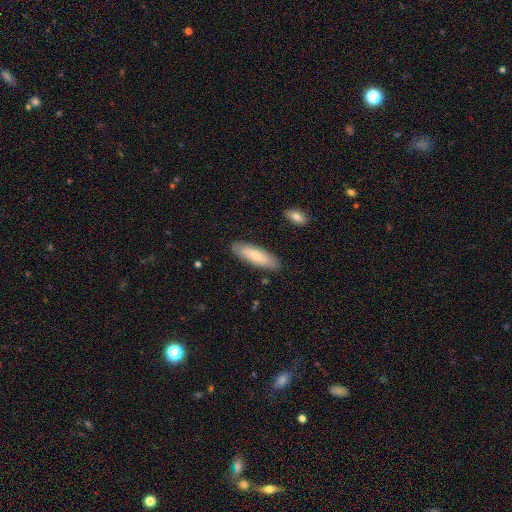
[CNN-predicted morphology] The model was most divided on "how rounded": in between: 57%, cigar-shaped: 41%, round: 2%. More confident: merging — none (86%); smooth or featured — smooth (65%).